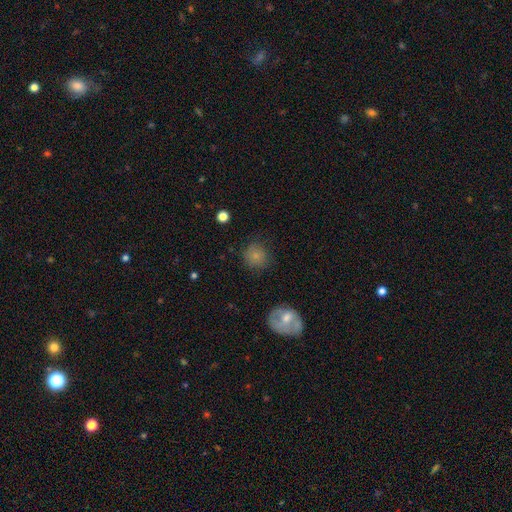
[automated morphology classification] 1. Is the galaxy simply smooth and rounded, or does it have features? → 79% smooth, 12% star or artifact, 9% featured or disk.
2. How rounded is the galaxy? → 87% round, 12% in between, 1% cigar-shaped.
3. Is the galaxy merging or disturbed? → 77% none, 15% minor disturbance, 6% major disturbance, 2% merger.